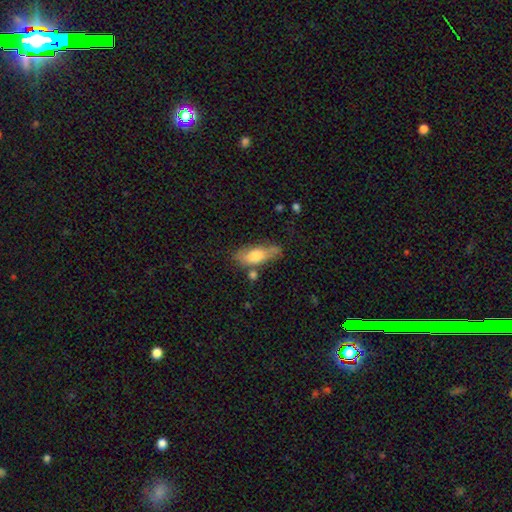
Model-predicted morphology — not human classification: type=smooth (69%); roundness=in between (71%); merging=none (64%).